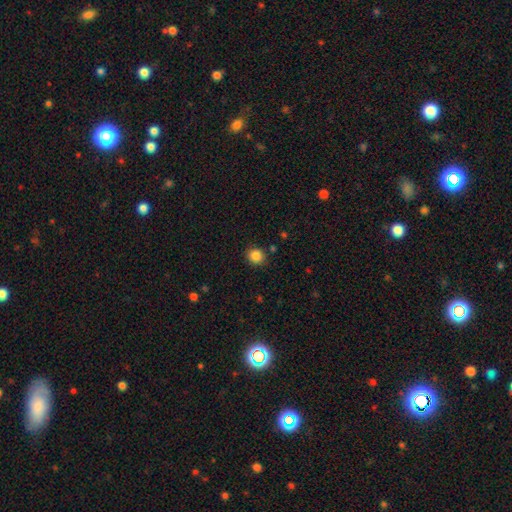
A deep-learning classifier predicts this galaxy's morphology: Smooth or featured? smooth (86%)
How rounded? round (83%)
Merging? none (88%)